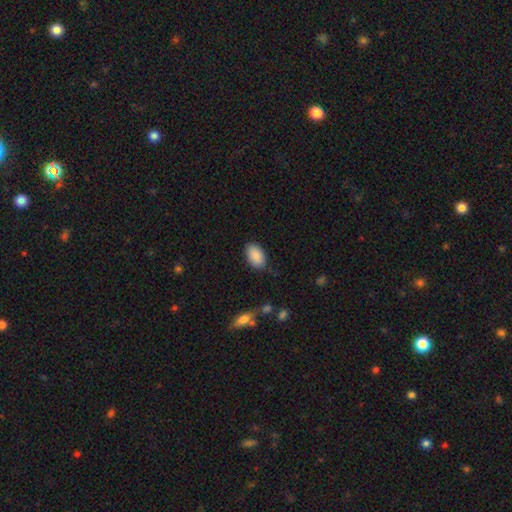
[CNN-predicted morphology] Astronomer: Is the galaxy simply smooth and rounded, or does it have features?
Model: smooth — 89%.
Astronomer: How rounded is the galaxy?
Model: in between — 92%.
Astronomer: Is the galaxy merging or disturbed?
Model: none — 82%.